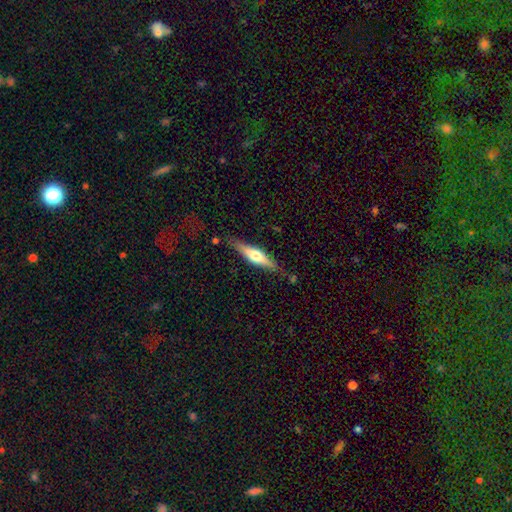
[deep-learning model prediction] Morphology: type=featured or disk (58%); edge-on=yes (94%); edge-on bulge=rounded (91%); merging=none (79%).